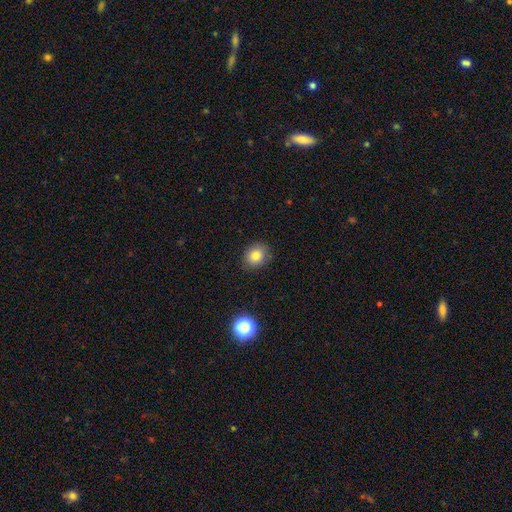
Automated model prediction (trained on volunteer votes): This is clearly a smooth galaxy (81%). How rounded: likely round (65%). Merging: clearly none (85%).